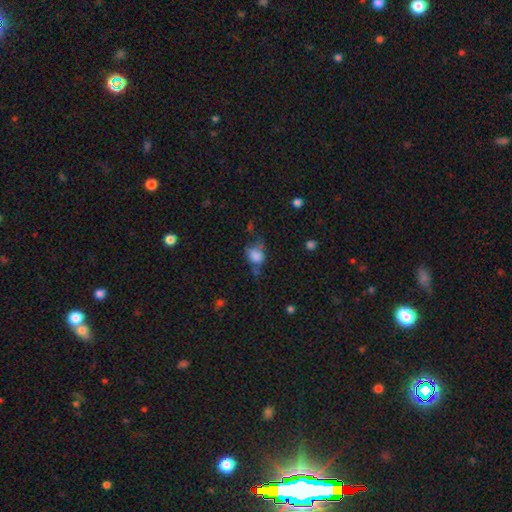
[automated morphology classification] Smooth or featured: smooth — 70% (featured or disk — 19%)
How rounded: in between — 52% (round — 46%)
Merging: none — 35% (minor disturbance — 29%)